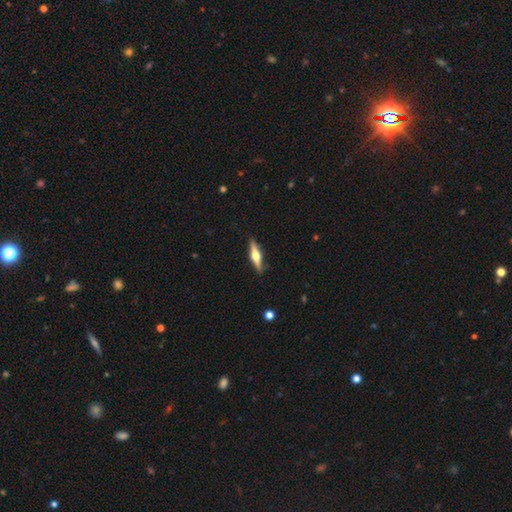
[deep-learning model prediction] A featured or disk galaxy (66%) viewed edge-on (97%) with a rounded central bulge (93%). Merging: none (90%).